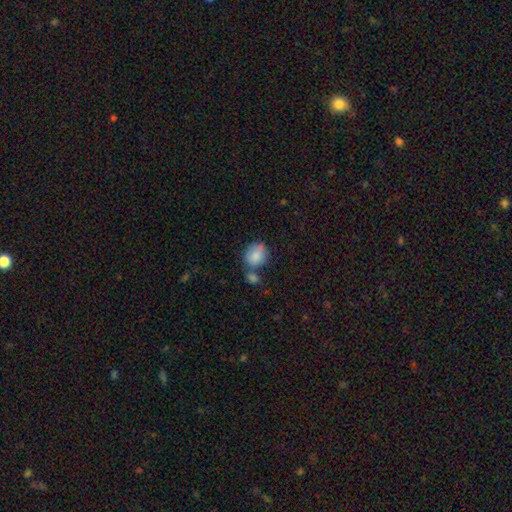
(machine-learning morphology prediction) smooth_or_featured: smooth (p=0.84) [alt: featured or disk p=0.09]
how_rounded: round (p=0.64) [alt: in between p=0.35]
merging: none (p=0.46) [alt: merger p=0.30]